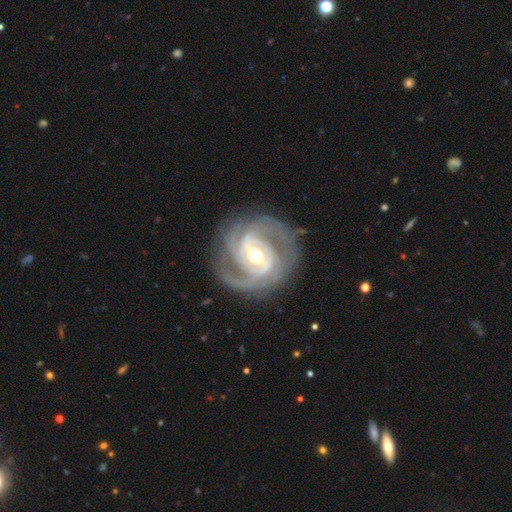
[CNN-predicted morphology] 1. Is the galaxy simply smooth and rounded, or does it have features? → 93% featured or disk, 4% star or artifact, 3% smooth.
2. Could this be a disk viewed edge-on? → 98% no, 2% yes.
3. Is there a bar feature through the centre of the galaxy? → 43% weak, 36% strong, 21% no.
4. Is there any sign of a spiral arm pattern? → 98% yes, 2% no.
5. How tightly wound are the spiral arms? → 60% tight, 35% medium, 5% loose.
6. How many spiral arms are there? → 37% 3, 33% 2, 11% can't tell, 9% 4, 5% more than 4, 5% 1.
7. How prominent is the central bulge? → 65% moderate, 28% small, 5% large, 1% none, 1% dominant.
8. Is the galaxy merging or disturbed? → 79% none, 14% minor disturbance, 6% major disturbance, 1% merger.